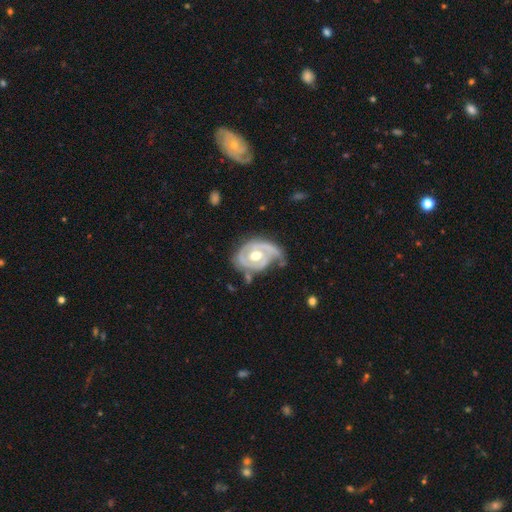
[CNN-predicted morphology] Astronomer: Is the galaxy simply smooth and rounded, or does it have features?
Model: featured or disk — 85%.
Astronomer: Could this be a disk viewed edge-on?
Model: no — 97%.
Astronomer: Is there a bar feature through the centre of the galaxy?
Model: no — 62%.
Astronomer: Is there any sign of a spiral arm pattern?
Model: yes — 88%.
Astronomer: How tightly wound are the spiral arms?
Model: tight — 58%.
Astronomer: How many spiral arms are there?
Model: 2 — 54%.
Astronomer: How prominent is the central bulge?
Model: moderate — 77%.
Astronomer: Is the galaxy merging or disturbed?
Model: none — 47% (runner-up: minor disturbance, 31%).